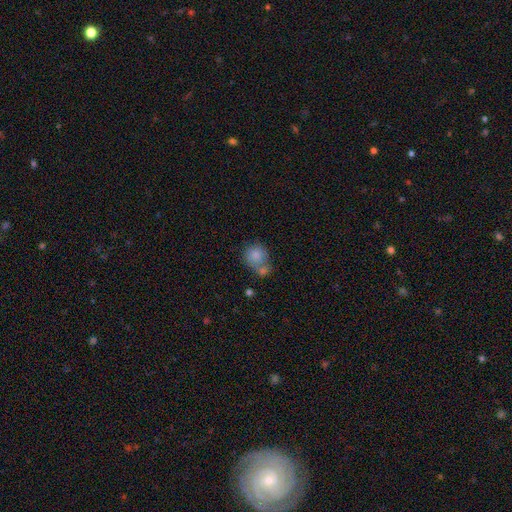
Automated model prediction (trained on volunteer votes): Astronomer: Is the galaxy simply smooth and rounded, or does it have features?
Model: smooth — 80%.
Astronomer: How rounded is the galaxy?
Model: round — 73%.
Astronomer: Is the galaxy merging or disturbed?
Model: merger — 43% (runner-up: none, 34%).